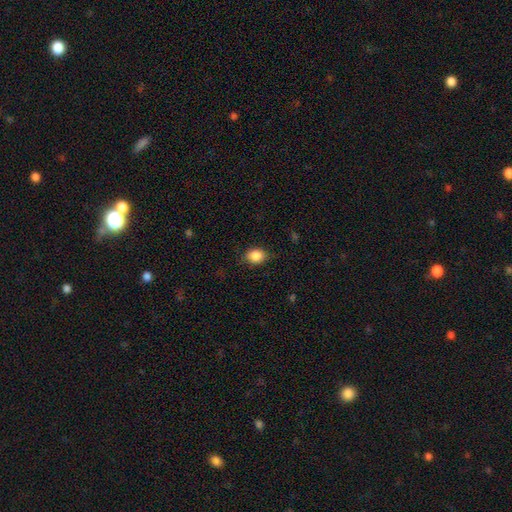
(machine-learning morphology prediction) smooth 87%, star or artifact 9%, featured or disk 4%. Down the decision tree: how rounded — in between (52%); merging — none (79%).